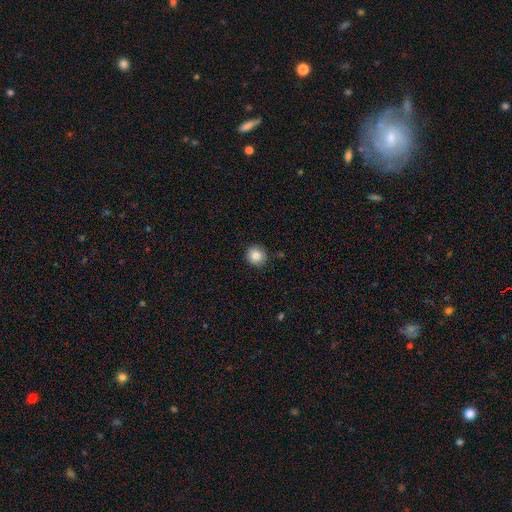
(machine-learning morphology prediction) This appears to be a smooth galaxy with no disk features (83%) that is round (91%). Merging: none (89%).